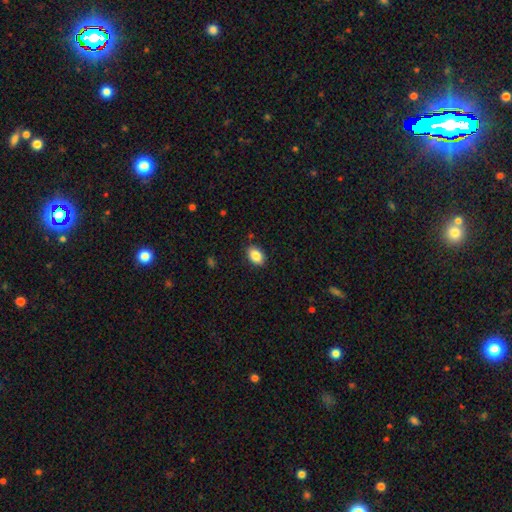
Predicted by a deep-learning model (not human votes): Smooth or featured? smooth (86%)
How rounded? in between (82%)
Merging? none (87%)